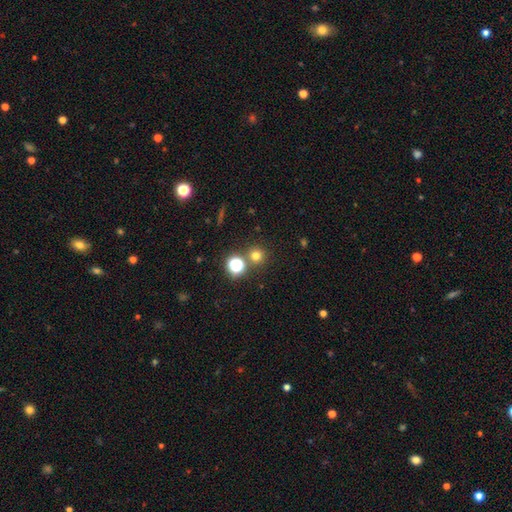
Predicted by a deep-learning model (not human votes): Overall: smooth (71%). How rounded: round (94%). Merging: none (80%).